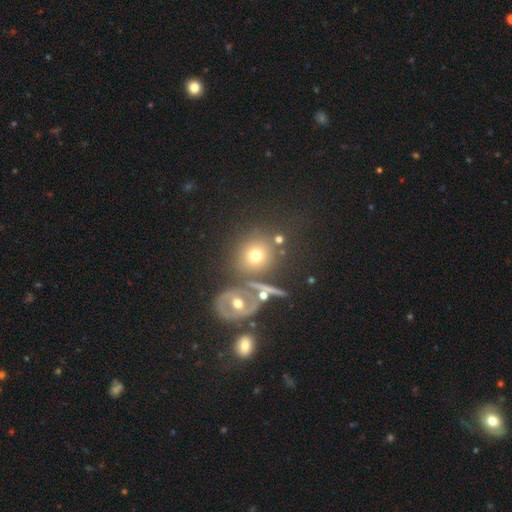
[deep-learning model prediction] Smooth or featured? Predicted: smooth (p=0.65). How rounded? Predicted: round (p=0.80). Merging? Predicted: none (p=0.65).